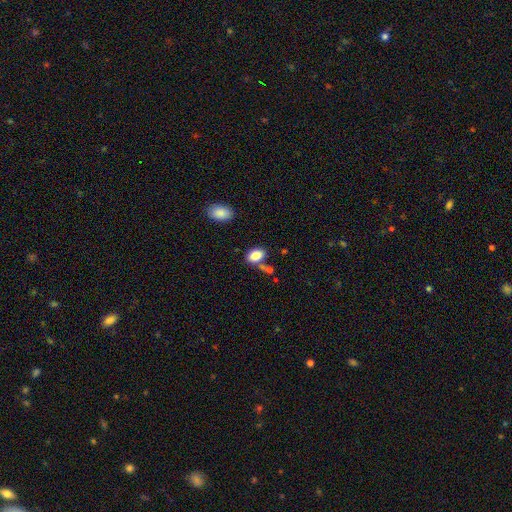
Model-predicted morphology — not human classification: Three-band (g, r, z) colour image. It shows a smooth galaxy with no disk features (84%) that is in between round and cigar-shaped (87%). Merging: none (58%).